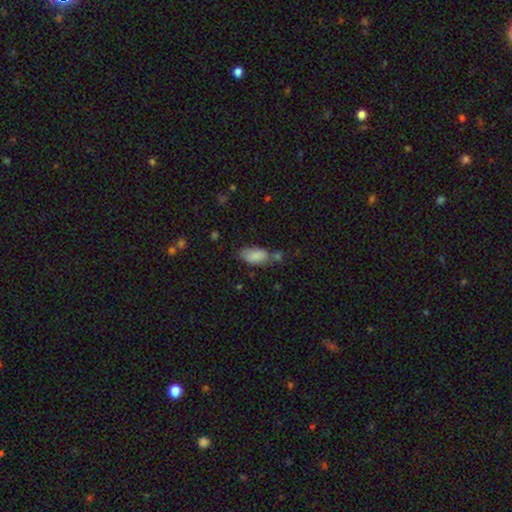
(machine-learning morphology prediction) smooth_or_featured: smooth (p=0.86) [alt: star or artifact p=0.08]
how_rounded: in between (p=0.91) [alt: cigar-shaped p=0.06]
merging: none (p=0.52) [alt: minor disturbance p=0.25]